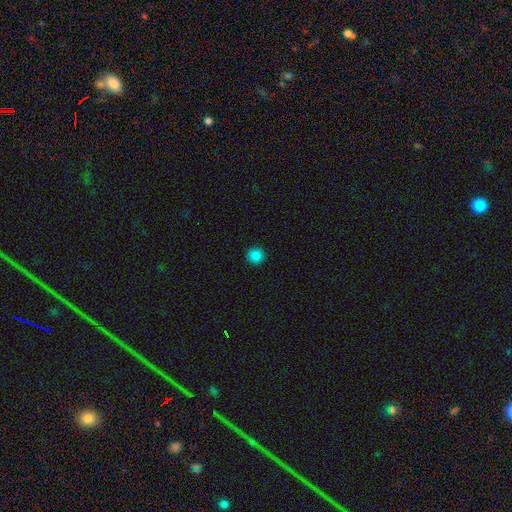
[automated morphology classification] Smooth or featured: smooth — 85% (star or artifact — 12%)
How rounded: round — 95% (in between — 4%)
Merging: none — 93% (minor disturbance — 5%)